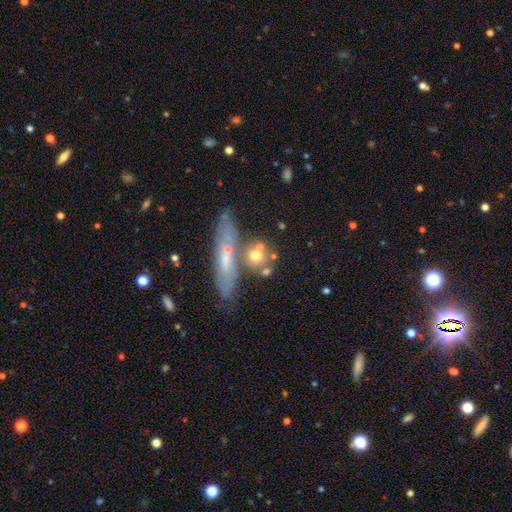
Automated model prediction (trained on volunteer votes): Overall: smooth (59%; featured or disk 29%). How rounded: round (53%; cigar-shaped 24%). Merging: none (49%; merger 32%).